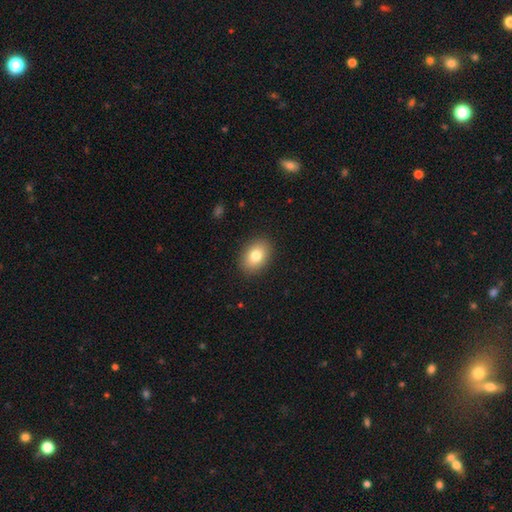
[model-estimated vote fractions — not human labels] Smooth or featured? Predicted: smooth (p=0.79). How rounded? Predicted: in between (p=0.75). Merging? Predicted: none (p=0.89).